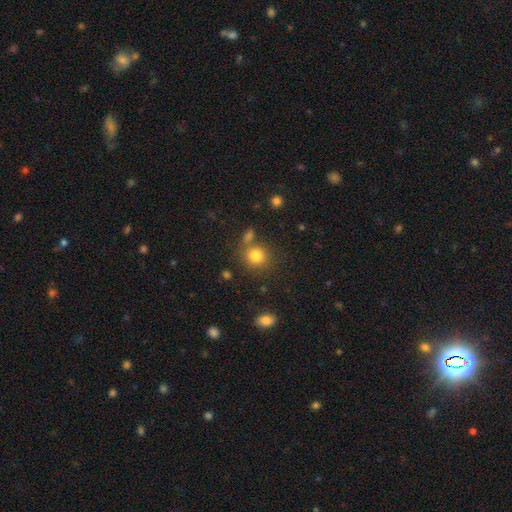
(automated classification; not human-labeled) Overall: smooth (80%). How rounded: round (84%). Merging: none (71%).